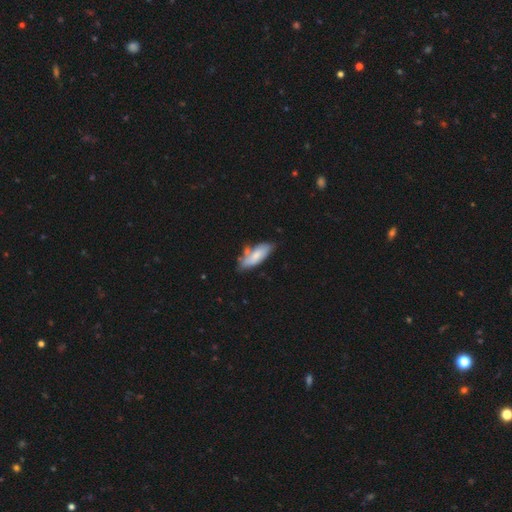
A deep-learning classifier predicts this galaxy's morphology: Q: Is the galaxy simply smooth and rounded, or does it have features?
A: smooth — 71%.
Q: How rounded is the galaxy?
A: in between — 73%.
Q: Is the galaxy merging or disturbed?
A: none — 53%.